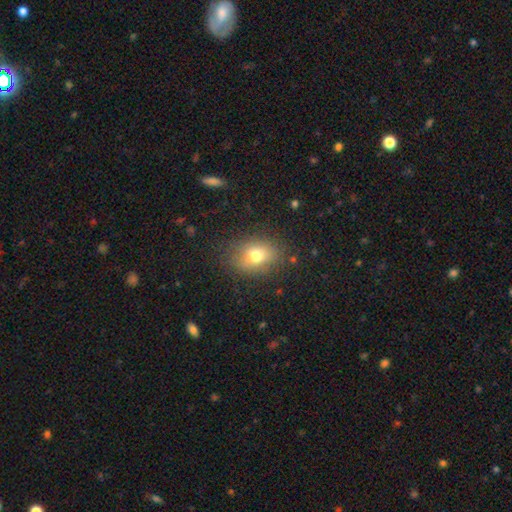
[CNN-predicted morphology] smooth_or_featured: smooth (p=0.74) [alt: featured or disk p=0.13]
how_rounded: in between (p=0.60) [alt: round p=0.39]
merging: none (p=0.81) [alt: minor disturbance p=0.13]